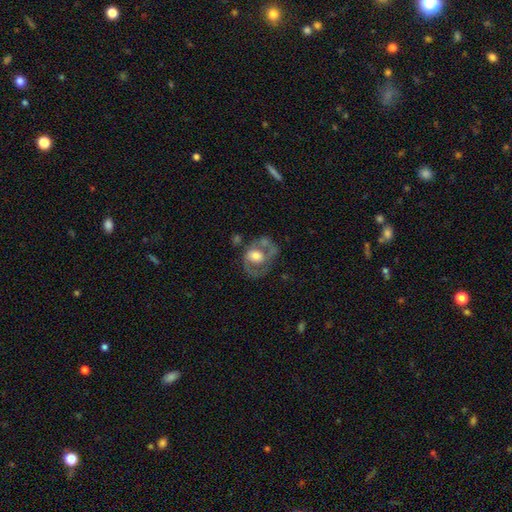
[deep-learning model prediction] Smooth or featured? Predicted: featured or disk (p=0.62). Edge-on disk? Predicted: no (p=0.96). Bar? Predicted: no (p=0.70). Spiral arms? Predicted: yes (p=0.58). Bulge size? Predicted: moderate (p=0.53). Merging? Predicted: none (p=0.44).